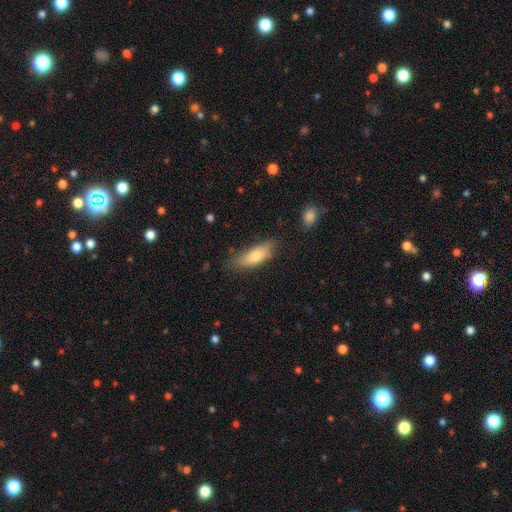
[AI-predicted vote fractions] smooth-or-featured: smooth: 76% | featured or disk: 17% | star or artifact: 7%
  how-rounded: in between: 62% | cigar-shaped: 36% | round: 2%
  merging: none: 67% | minor disturbance: 24% | major disturbance: 6% | merger: 2%